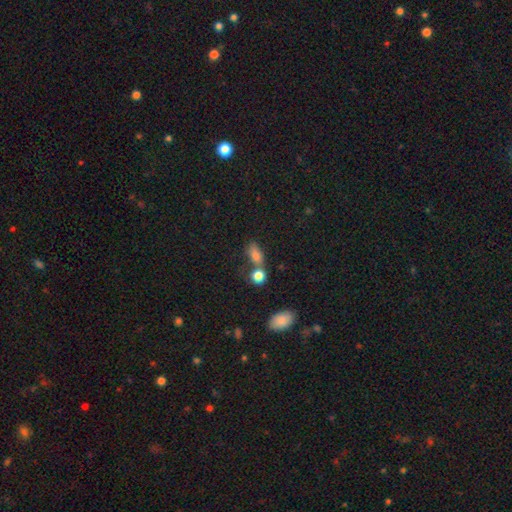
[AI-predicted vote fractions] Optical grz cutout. It shows a smooth galaxy with no disk features (77%) that is in between round and cigar-shaped (71%). Merging: none (48%).